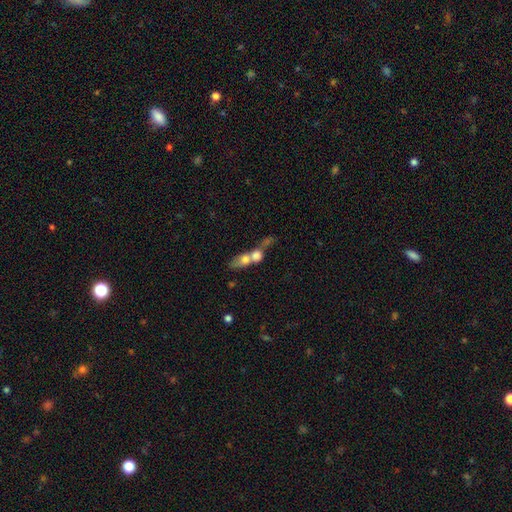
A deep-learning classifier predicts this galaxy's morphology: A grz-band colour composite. It shows a smooth galaxy with no disk features (63%) that is in between round and cigar-shaped (46%). Merging: merger (76%).